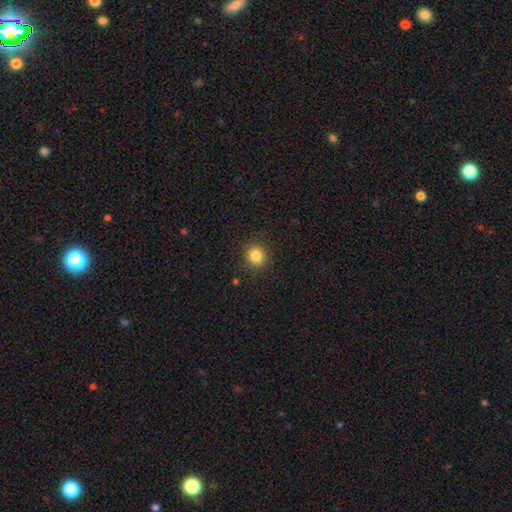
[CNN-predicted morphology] smooth-or-featured: smooth: 84% | star or artifact: 11% | featured or disk: 5%
  how-rounded: round: 88% | in between: 11% | cigar-shaped: 1%
  merging: none: 90% | minor disturbance: 7% | major disturbance: 2% | merger: 1%